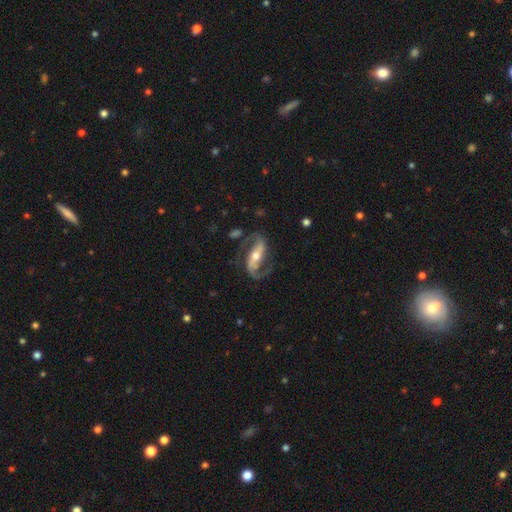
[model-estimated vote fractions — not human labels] A featured or disk galaxy (89%) with a strong bar (58%), 2 (91%) medium (45%) spiral arms (96%) and a moderate central bulge (60%). Merging: none (72%).